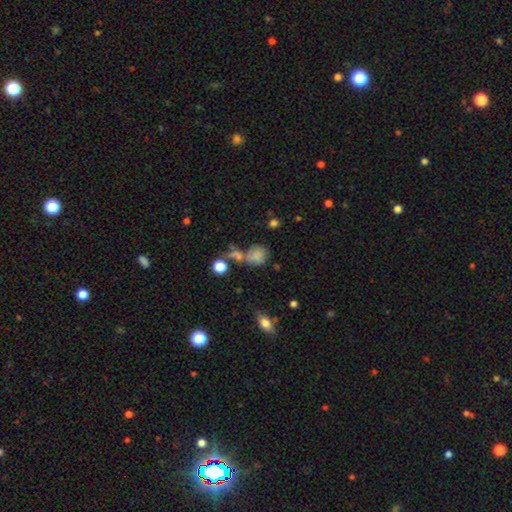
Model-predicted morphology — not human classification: A smooth galaxy with no disk features (72%) that is round (67%). Merging: none (40%).